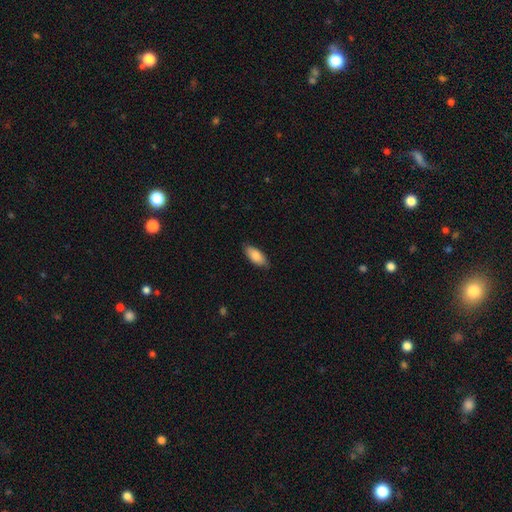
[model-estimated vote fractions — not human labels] This is clearly a smooth galaxy (82%). How rounded: clearly in between (87%). Merging: clearly none (84%).